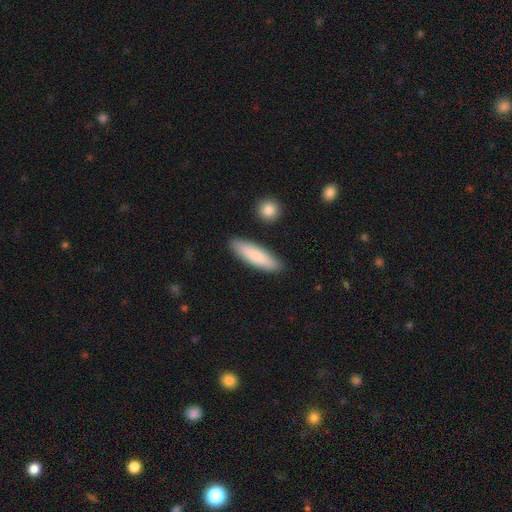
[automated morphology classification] smooth 84%, featured or disk 10%, star or artifact 5%. Down the decision tree: how rounded — cigar-shaped (67%); merging — none (88%).